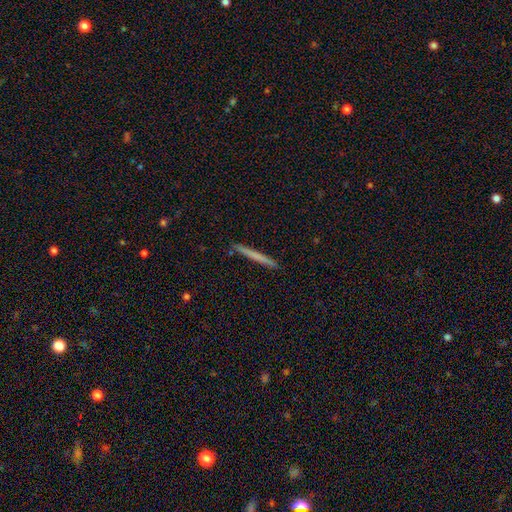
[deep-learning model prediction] Smooth or featured?
  - smooth: 64% *
  - featured or disk: 30%
  - star or artifact: 6%
How rounded?
  - cigar-shaped: 97% *
  - in between: 2%
  - round: 1%
Merging?
  - none: 92% *
  - minor disturbance: 6%
  - major disturbance: 1%
  - merger: 1%